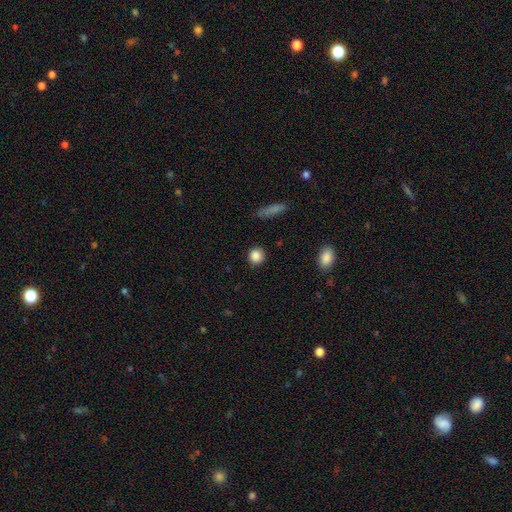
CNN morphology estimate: type=smooth (87%); roundness=round (89%); merging=none (89%).